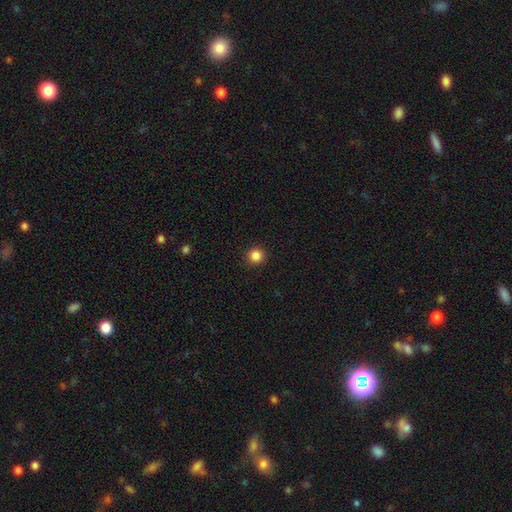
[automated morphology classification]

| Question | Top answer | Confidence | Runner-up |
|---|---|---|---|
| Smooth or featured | smooth | 85% | star or artifact (11%) |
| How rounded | round | 95% | in between (4%) |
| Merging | none | 93% | minor disturbance (5%) |